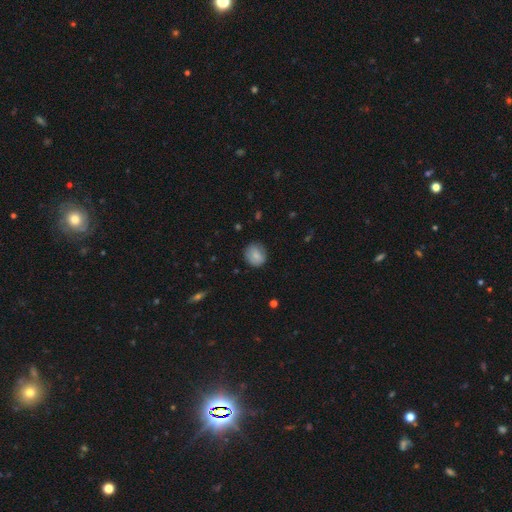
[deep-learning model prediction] Q: Smooth or featured?
A: smooth (82%); runner-up: featured or disk (10%)
Q: How rounded?
A: round (75%); runner-up: in between (24%)
Q: Merging?
A: none (78%); runner-up: minor disturbance (17%)